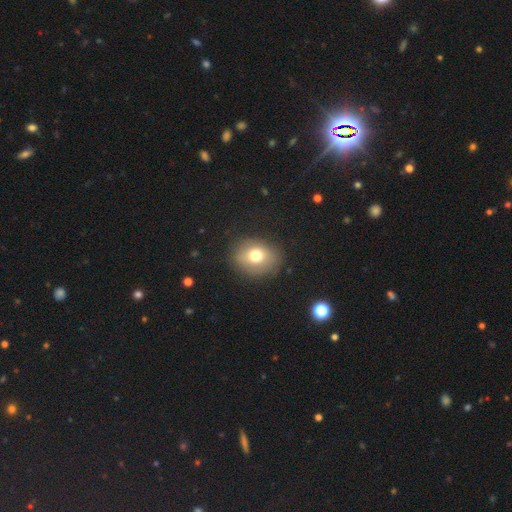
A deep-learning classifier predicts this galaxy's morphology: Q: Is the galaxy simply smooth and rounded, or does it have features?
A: smooth — 74%.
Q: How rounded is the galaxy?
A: round — 55%.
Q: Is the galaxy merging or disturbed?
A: none — 81%.